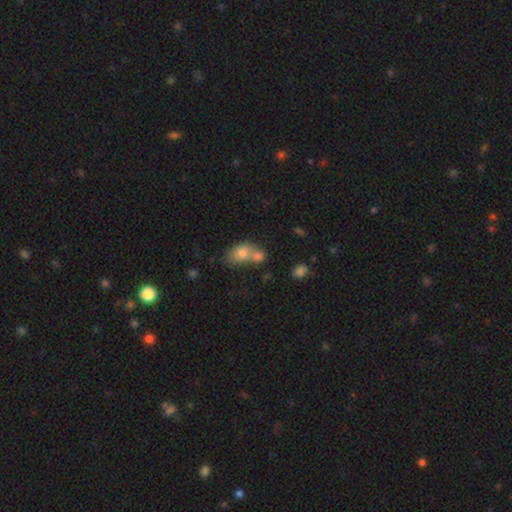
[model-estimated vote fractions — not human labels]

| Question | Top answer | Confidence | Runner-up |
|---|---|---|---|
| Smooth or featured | smooth | 73% | featured or disk (15%) |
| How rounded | in between | 65% | round (33%) |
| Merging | merger | 53% | none (33%) |